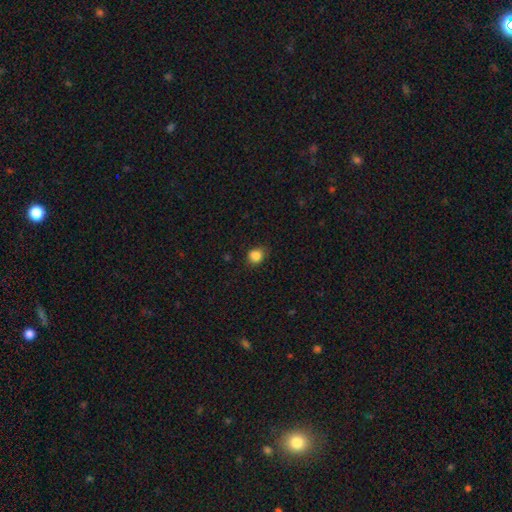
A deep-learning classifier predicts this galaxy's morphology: The model was most divided on "how rounded": round: 69%, in between: 30%, cigar-shaped: 1%. More confident: smooth or featured — smooth (86%); merging — none (74%).